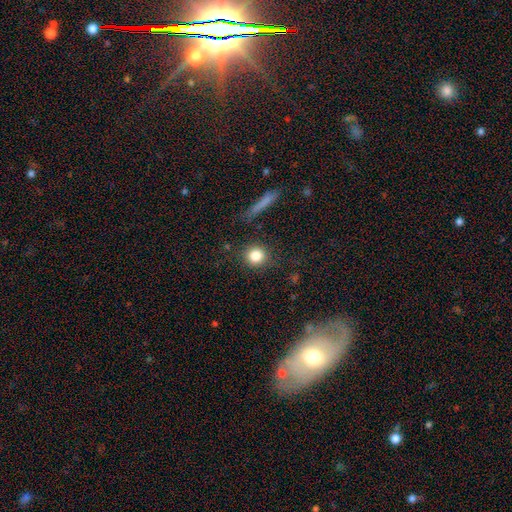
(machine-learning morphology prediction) Smooth or featured?
  - smooth: 83% *
  - star or artifact: 10%
  - featured or disk: 7%
How rounded?
  - round: 89% *
  - in between: 10%
  - cigar-shaped: 2%
Merging?
  - none: 85% *
  - minor disturbance: 9%
  - major disturbance: 3%
  - merger: 3%